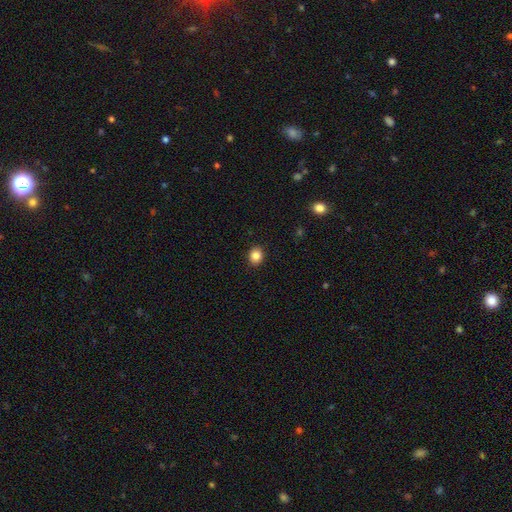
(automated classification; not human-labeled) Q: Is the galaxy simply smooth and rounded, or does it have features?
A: smooth — 85%.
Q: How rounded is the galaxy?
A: round — 76%.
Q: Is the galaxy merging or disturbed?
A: none — 92%.